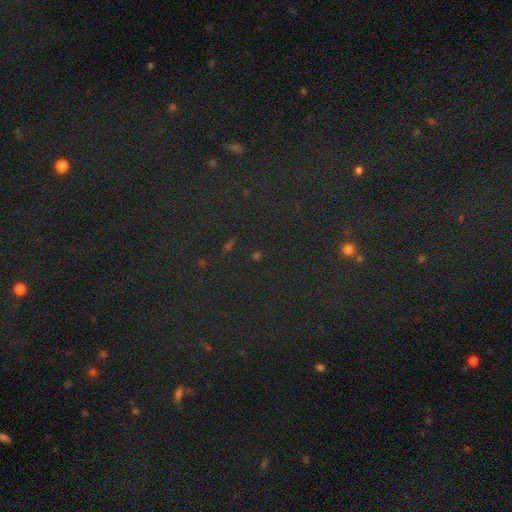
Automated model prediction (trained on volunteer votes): Q: Smooth or featured?
A: star or artifact (79%); runner-up: smooth (14%)